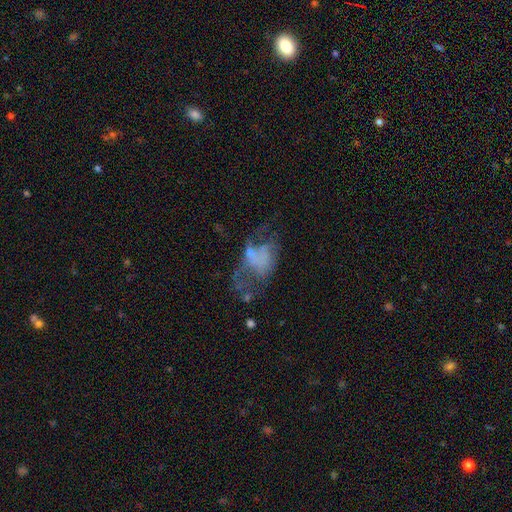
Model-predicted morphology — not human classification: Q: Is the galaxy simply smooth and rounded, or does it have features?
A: featured or disk — 55%.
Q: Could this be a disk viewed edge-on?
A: no — 97%.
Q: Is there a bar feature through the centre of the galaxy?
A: no — 85%.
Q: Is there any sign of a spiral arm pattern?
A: no — 76%.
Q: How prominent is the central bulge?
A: none — 77%.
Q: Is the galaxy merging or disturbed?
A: major disturbance — 46%.